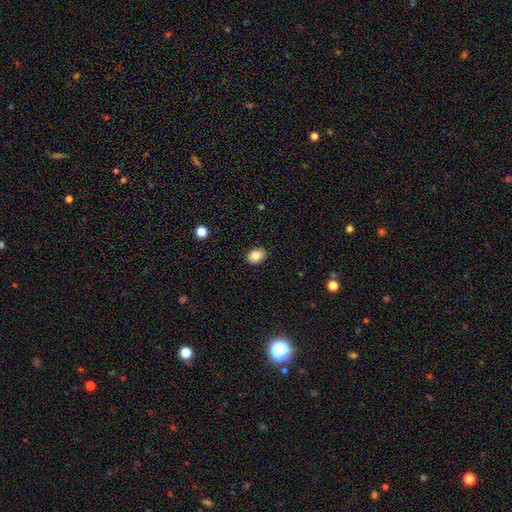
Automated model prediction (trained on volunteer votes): Smooth or featured?
  - smooth: 86% *
  - star or artifact: 9%
  - featured or disk: 5%
How rounded?
  - in between: 71% *
  - round: 28%
  - cigar-shaped: 1%
Merging?
  - none: 87% *
  - minor disturbance: 10%
  - major disturbance: 2%
  - merger: 1%